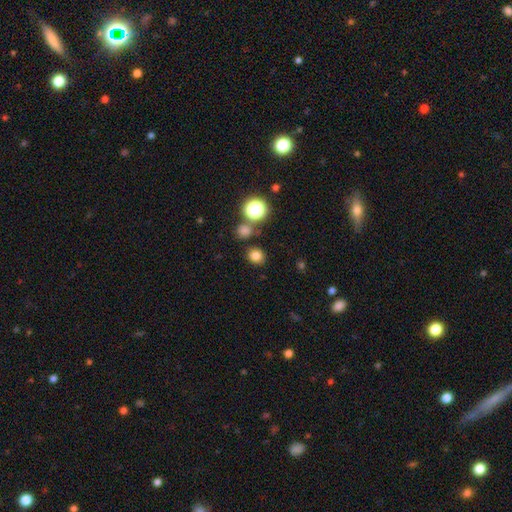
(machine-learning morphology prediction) smooth-or-featured: smooth: 77% | star or artifact: 17% | featured or disk: 5%
  how-rounded: round: 81% | in between: 18% | cigar-shaped: 1%
  merging: none: 84% | minor disturbance: 8% | merger: 6% | major disturbance: 3%